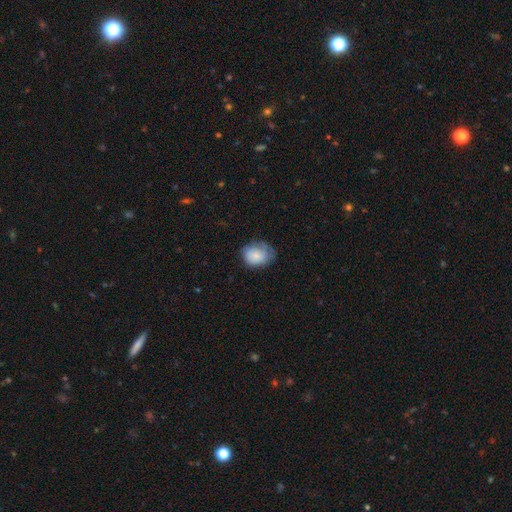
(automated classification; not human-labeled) smooth 76%, featured or disk 16%, star or artifact 7%. Down the decision tree: how rounded — in between (60%); merging — none (51%).